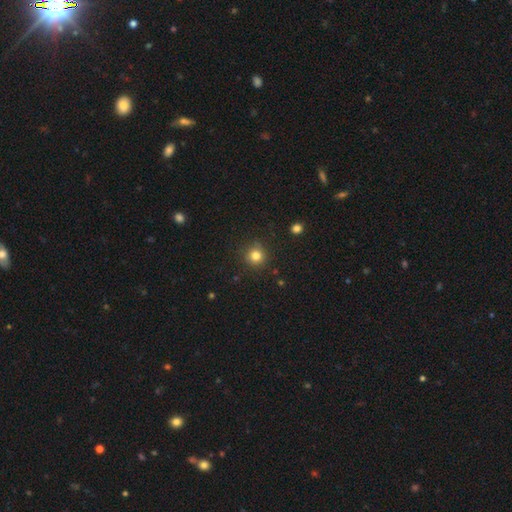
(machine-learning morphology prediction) Q: Smooth or featured?
A: smooth (82%); runner-up: star or artifact (13%)
Q: How rounded?
A: round (93%); runner-up: in between (6%)
Q: Merging?
A: none (87%); runner-up: minor disturbance (9%)